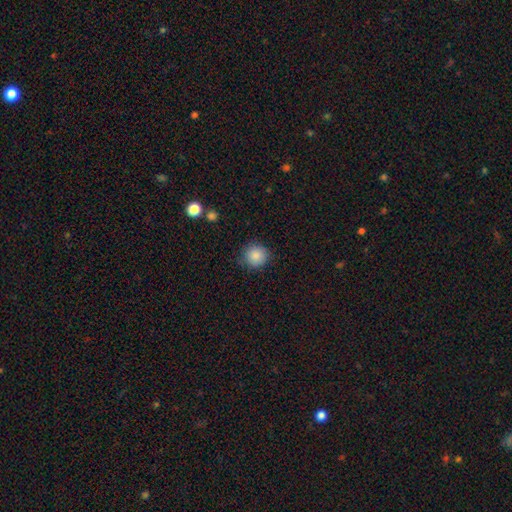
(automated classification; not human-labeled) Smooth or featured?
  - smooth: 87% *
  - star or artifact: 9%
  - featured or disk: 4%
How rounded?
  - round: 92% *
  - in between: 7%
  - cigar-shaped: 1%
Merging?
  - none: 86% *
  - minor disturbance: 11%
  - major disturbance: 3%
  - merger: 1%